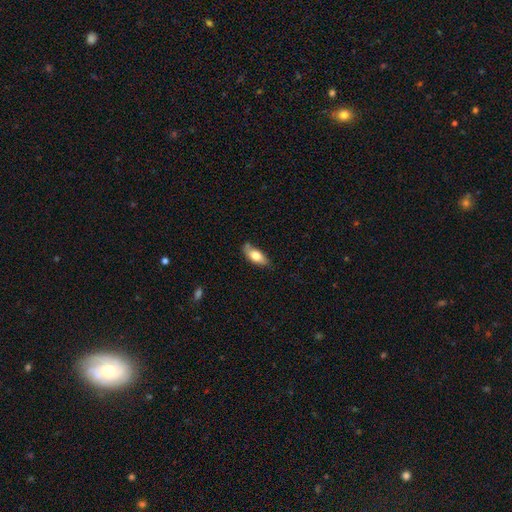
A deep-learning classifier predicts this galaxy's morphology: This is likely a smooth galaxy (72%). How rounded: clearly in between (82%). Merging: possibly none (60%).